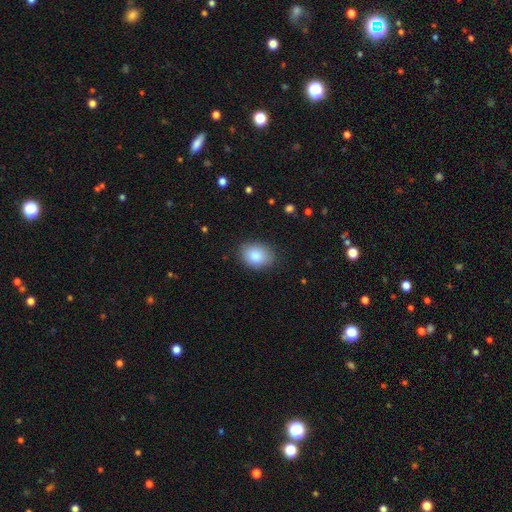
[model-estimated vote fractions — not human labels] Smooth or featured: smooth — 87% (star or artifact — 7%)
How rounded: in between — 71% (round — 28%)
Merging: none — 83% (minor disturbance — 13%)